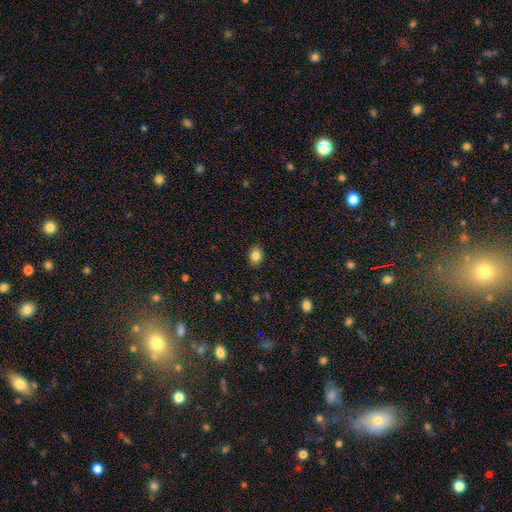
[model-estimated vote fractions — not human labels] smooth-or-featured: smooth: 84% | star or artifact: 10% | featured or disk: 6%
  how-rounded: in between: 58% | round: 41% | cigar-shaped: 1%
  merging: none: 88% | minor disturbance: 9% | major disturbance: 2% | merger: 1%